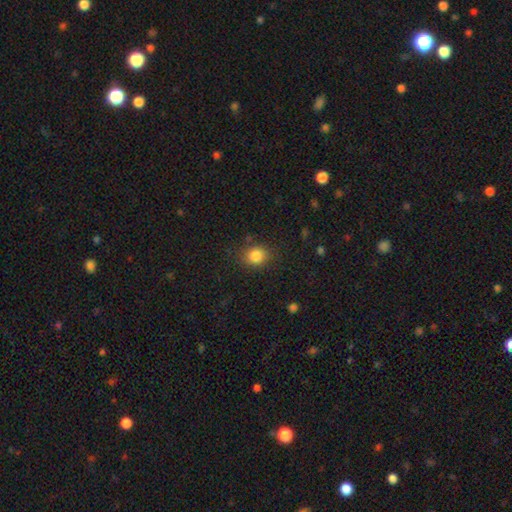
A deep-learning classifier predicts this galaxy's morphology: smooth-or-featured: smooth: 84% | star or artifact: 11% | featured or disk: 5%
  how-rounded: round: 73% | in between: 26% | cigar-shaped: 1%
  merging: none: 81% | minor disturbance: 13% | major disturbance: 5% | merger: 2%